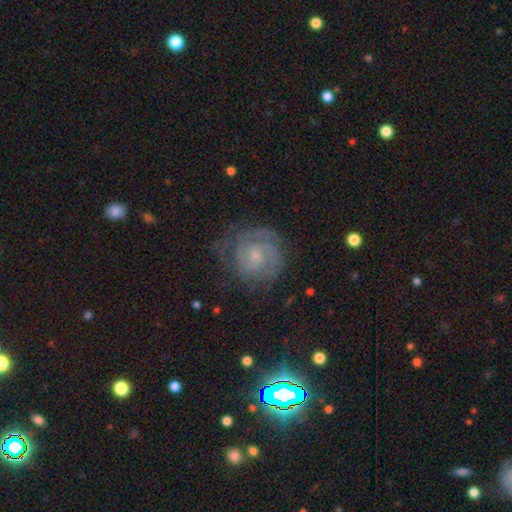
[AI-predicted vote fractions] Smooth or featured?
  - featured or disk: 78% *
  - smooth: 13%
  - star or artifact: 8%
Edge-on disk?
  - no: 98% *
  - yes: 2%
Bar?
  - no: 61% *
  - weak: 34%
  - strong: 5%
Spiral arms?
  - yes: 94% *
  - no: 6%
Spiral winding?
  - tight: 63% *
  - medium: 30%
  - loose: 7%
Spiral arm count?
  - 2: 42% *
  - can't tell: 28%
  - 3: 15%
  - 1: 5%
  - 4: 5%
  - more than 4: 4%
Bulge size?
  - small: 70% *
  - moderate: 21%
  - none: 6%
  - large: 1%
  - dominant: 1%
Merging?
  - none: 70% *
  - minor disturbance: 19%
  - major disturbance: 10%
  - merger: 1%